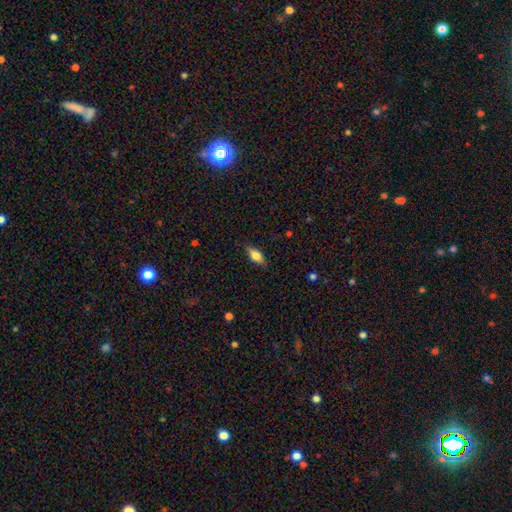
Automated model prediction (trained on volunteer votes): smooth 74%, featured or disk 19%, star or artifact 7%. Down the decision tree: how rounded — in between (81%); merging — none (84%).